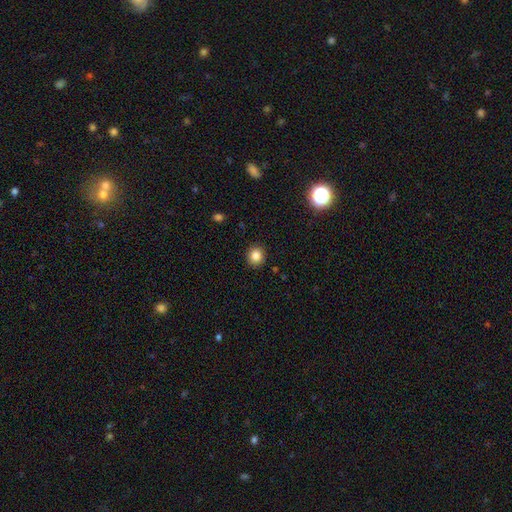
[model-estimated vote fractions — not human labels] Smooth or featured? Predicted: smooth (p=0.84). How rounded? Predicted: round (p=0.86). Merging? Predicted: none (p=0.91).